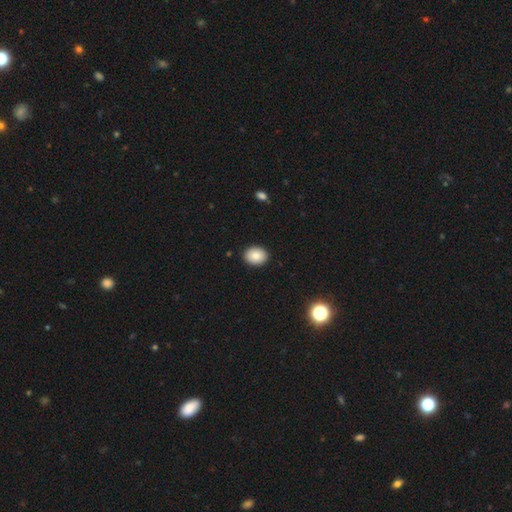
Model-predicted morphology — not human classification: type=smooth (85%); roundness=in between (59%); merging=none (91%).